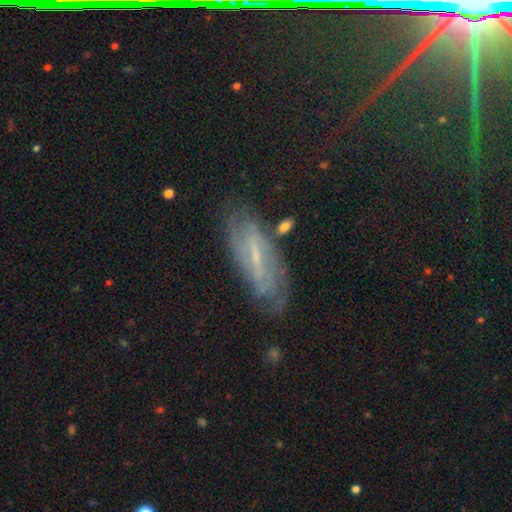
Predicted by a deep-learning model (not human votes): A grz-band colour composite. It shows a featured or disk galaxy (65%) with a weak bar (48%), spiral arms (82%) and a small central bulge (60%). Merging: none (73%).